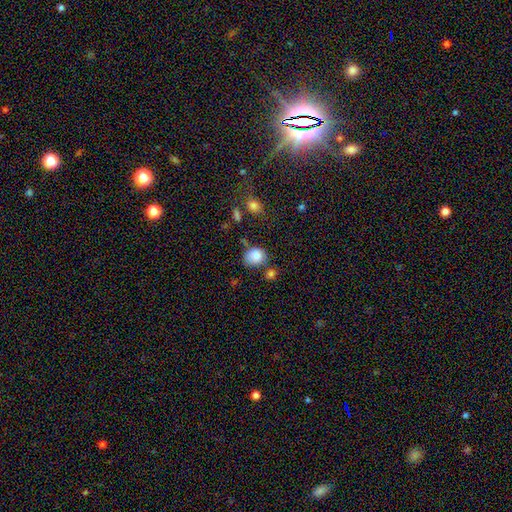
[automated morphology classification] This appears to be a smooth galaxy with no disk features (83%) that is round (65%). Merging: none (56%).